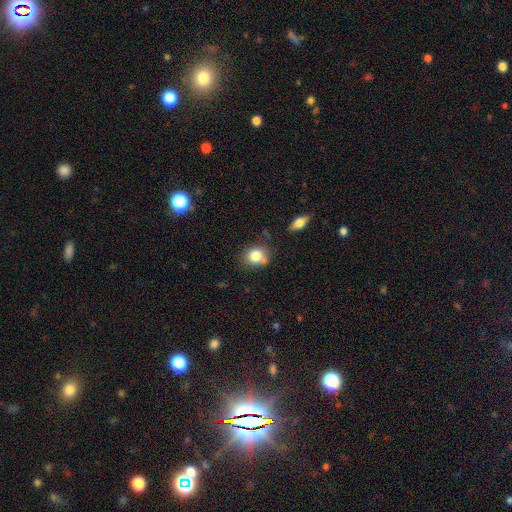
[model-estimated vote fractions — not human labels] A smooth galaxy with no disk features (80%) that is round (63%). Merging: none (64%).